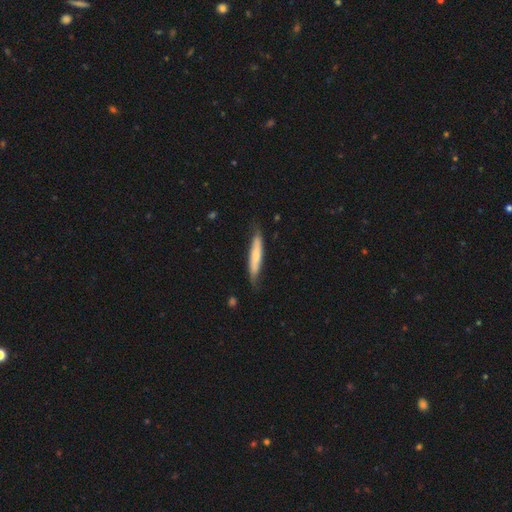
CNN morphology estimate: Smooth or featured? Predicted: smooth (p=0.63). How rounded? Predicted: cigar-shaped (p=0.90). Merging? Predicted: none (p=0.75).